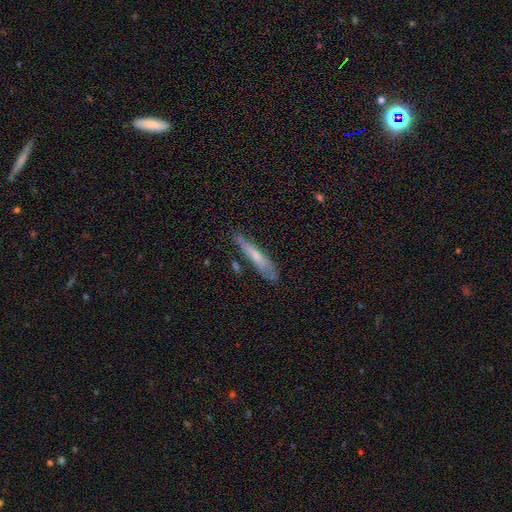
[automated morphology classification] This appears to be a smooth galaxy with no disk features (56%) that is cigar-shaped (90%). Merging: none (70%).